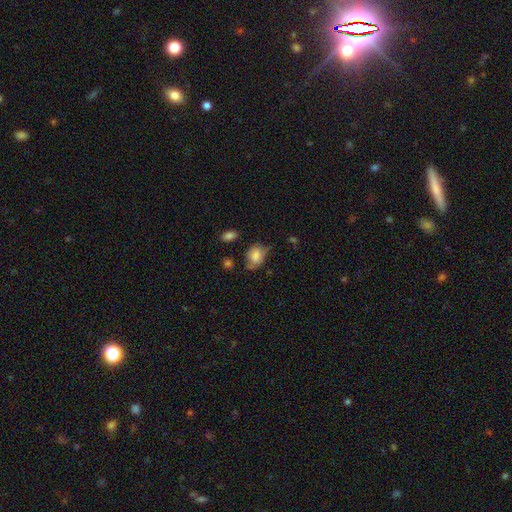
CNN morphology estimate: smooth-or-featured: smooth: 74% | featured or disk: 17% | star or artifact: 9%
  how-rounded: in between: 68% | round: 31% | cigar-shaped: 1%
  merging: none: 48% | minor disturbance: 35% | major disturbance: 13% | merger: 4%